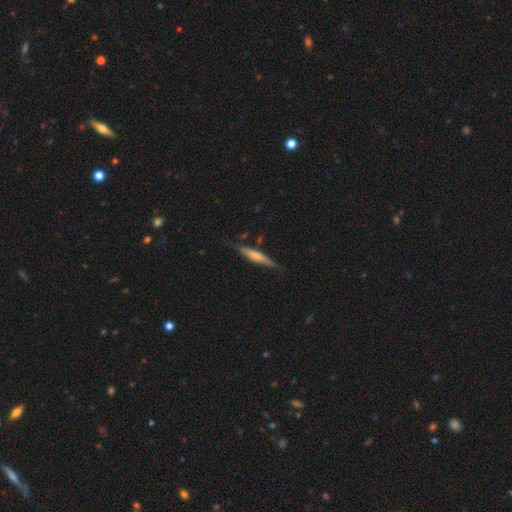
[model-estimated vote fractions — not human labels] Overall: smooth (51%; featured or disk 43%). How rounded: cigar-shaped (91%). Merging: none (79%).